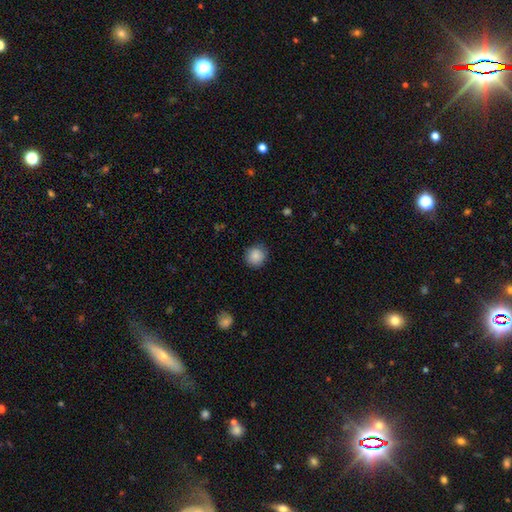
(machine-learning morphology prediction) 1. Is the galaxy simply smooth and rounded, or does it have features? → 87% smooth, 9% star or artifact, 4% featured or disk.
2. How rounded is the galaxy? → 92% round, 7% in between, 1% cigar-shaped.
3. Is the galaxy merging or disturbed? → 87% none, 10% minor disturbance, 2% major disturbance, 1% merger.